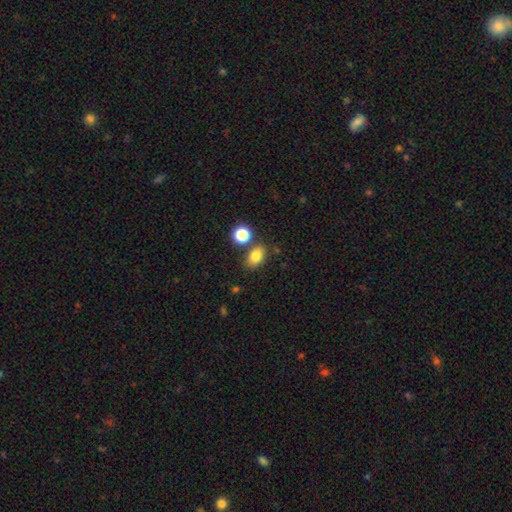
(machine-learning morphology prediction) Smooth or featured? Predicted: smooth (p=0.81). How rounded? Predicted: in between (p=0.78). Merging? Predicted: none (p=0.73).